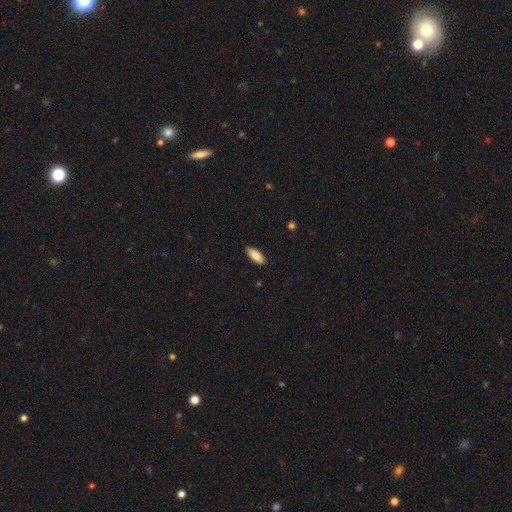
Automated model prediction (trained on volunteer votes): Morphology: type=smooth (87%); roundness=in between (82%); merging=none (90%).